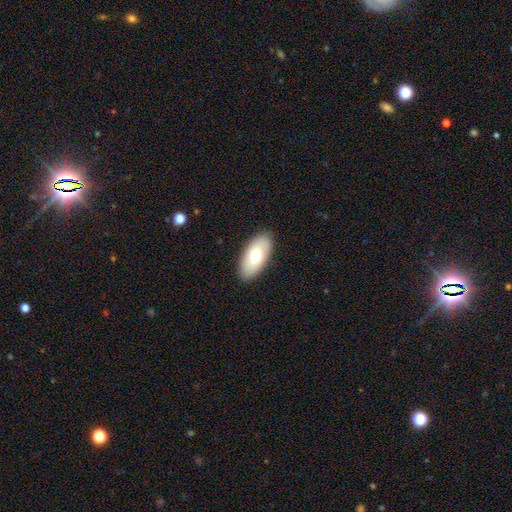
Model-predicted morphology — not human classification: Smooth or featured?
  - smooth: 70% *
  - featured or disk: 24%
  - star or artifact: 6%
How rounded?
  - in between: 92% *
  - cigar-shaped: 6%
  - round: 2%
Merging?
  - none: 88% *
  - minor disturbance: 9%
  - major disturbance: 2%
  - merger: 1%